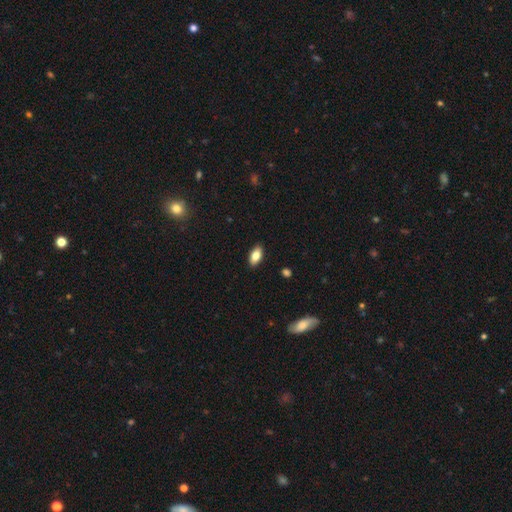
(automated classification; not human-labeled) Smooth or featured: smooth — 83% (featured or disk — 10%)
How rounded: in between — 91% (cigar-shaped — 6%)
Merging: none — 89% (minor disturbance — 8%)